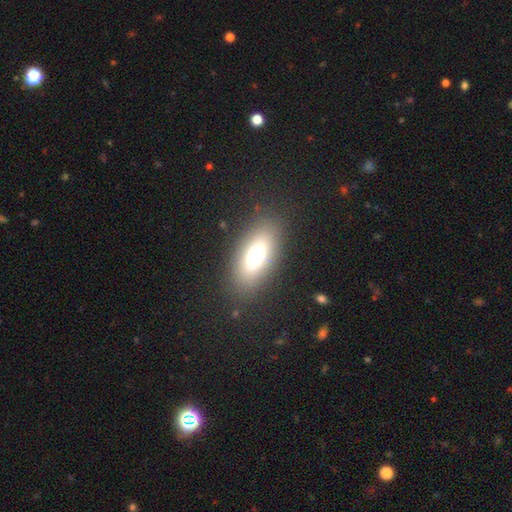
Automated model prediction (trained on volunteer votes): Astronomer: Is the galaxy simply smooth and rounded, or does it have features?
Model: smooth — 68%.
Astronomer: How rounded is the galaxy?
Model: in between — 81%.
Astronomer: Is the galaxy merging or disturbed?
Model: none — 84%.